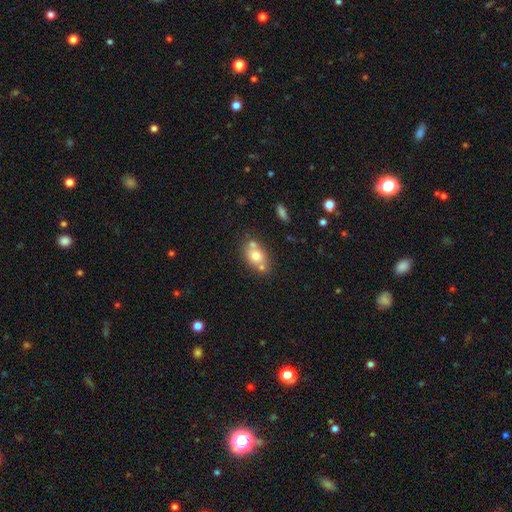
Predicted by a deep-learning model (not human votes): This appears to be a smooth galaxy with no disk features (69%) that is in between round and cigar-shaped (64%). Merging: none (53%).